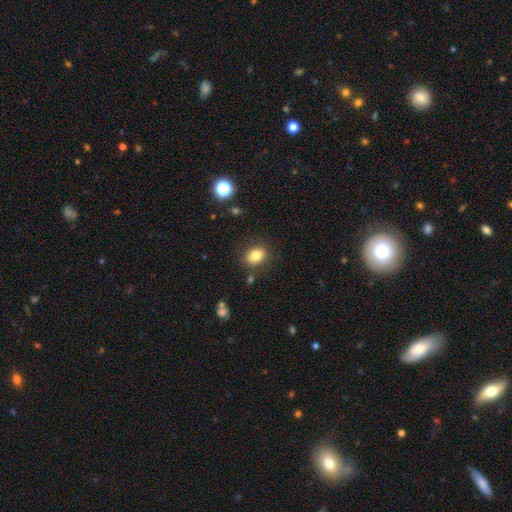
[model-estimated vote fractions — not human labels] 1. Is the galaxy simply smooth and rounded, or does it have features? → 80% smooth, 10% star or artifact, 10% featured or disk.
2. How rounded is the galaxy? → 57% in between, 42% round, 1% cigar-shaped.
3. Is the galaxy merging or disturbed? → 82% none, 11% minor disturbance, 3% merger, 3% major disturbance.